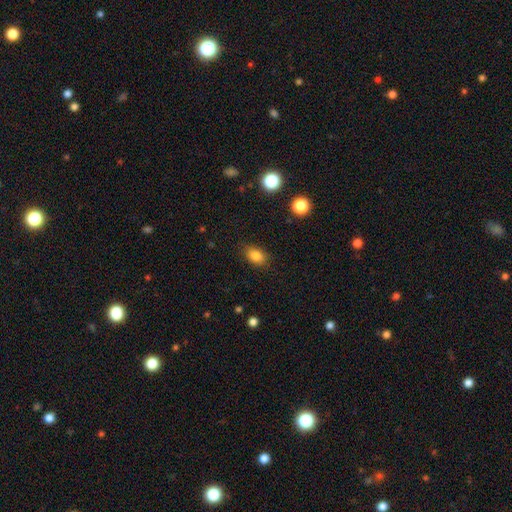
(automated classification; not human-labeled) A smooth galaxy with no disk features (84%) that is in between round and cigar-shaped (76%).

Vote fractions:
- Smooth or featured? smooth: 84% / star or artifact: 11% / featured or disk: 6%
- How rounded? in between: 76% / round: 22% / cigar-shaped: 2%
- Merging? none: 83% / minor disturbance: 13% / major disturbance: 3% / merger: 1%